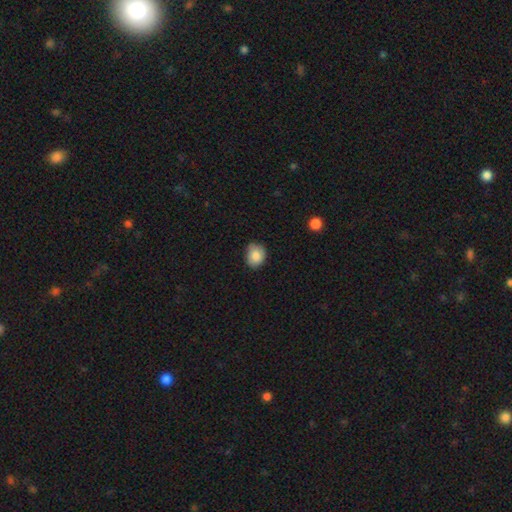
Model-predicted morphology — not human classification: Q: Smooth or featured?
A: smooth (84%); runner-up: star or artifact (8%)
Q: How rounded?
A: round (65%); runner-up: in between (34%)
Q: Merging?
A: none (73%); runner-up: minor disturbance (23%)